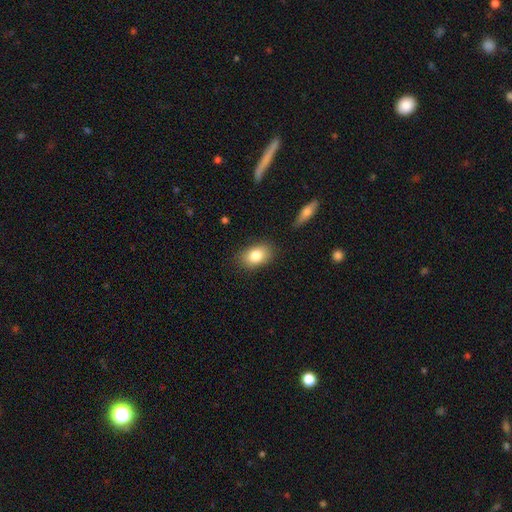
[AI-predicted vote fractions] The model was most divided on "how rounded": in between: 84%, round: 14%, cigar-shaped: 2%. More confident: merging — none (84%); smooth or featured — smooth (83%).